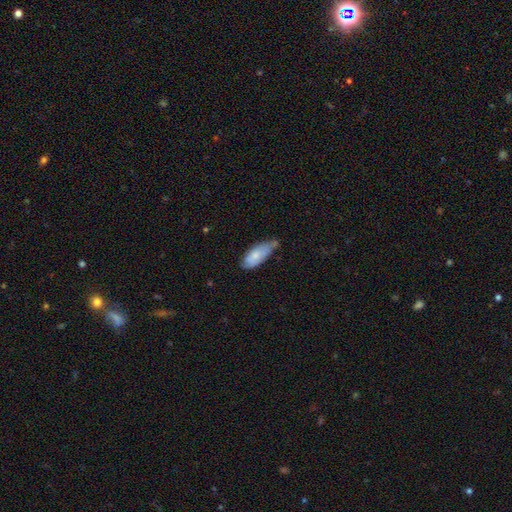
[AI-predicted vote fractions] Smooth or featured: smooth — 76% (featured or disk — 17%)
How rounded: in between — 79% (cigar-shaped — 19%)
Merging: minor disturbance — 45% (none — 39%)